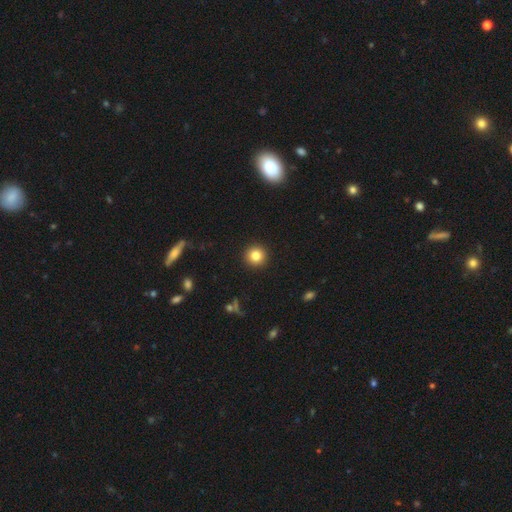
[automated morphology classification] type=smooth (82%); roundness=round (96%); merging=none (93%).